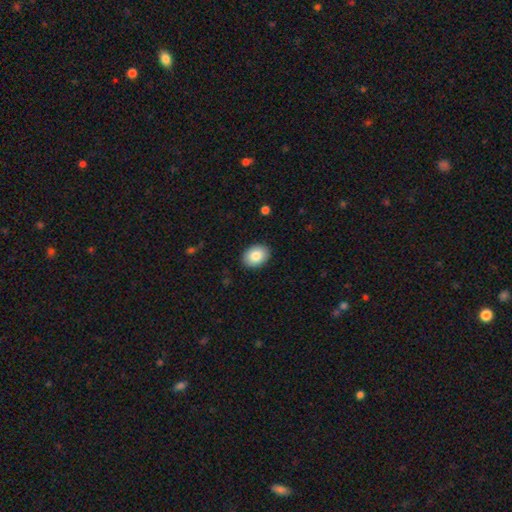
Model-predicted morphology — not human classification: Smooth or featured?
  - smooth: 85% *
  - featured or disk: 8%
  - star or artifact: 7%
How rounded?
  - in between: 72% *
  - round: 27%
  - cigar-shaped: 1%
Merging?
  - none: 90% *
  - minor disturbance: 8%
  - major disturbance: 2%
  - merger: 1%